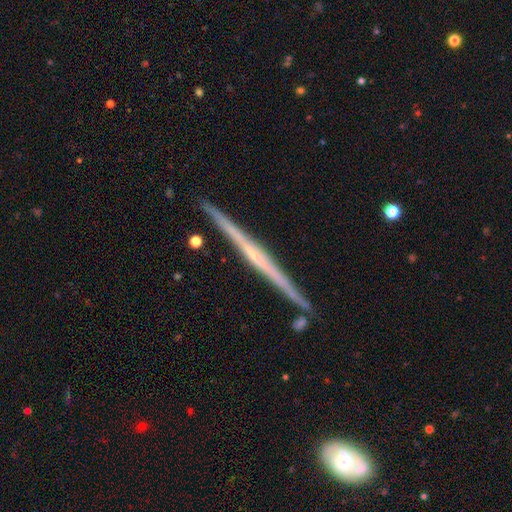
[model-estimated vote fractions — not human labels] The model was most divided on "edge-on bulge": none: 64%, rounded: 28%, boxy: 8%. More confident: edge-on disk — yes (98%); merging — none (90%); smooth or featured — featured or disk (77%).